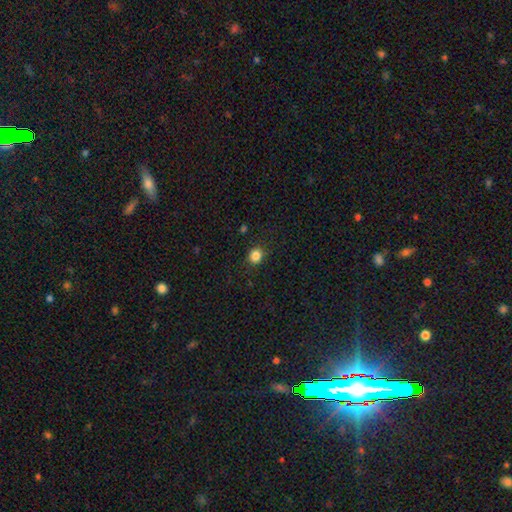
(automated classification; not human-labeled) Smooth or featured?
  - smooth: 84% *
  - star or artifact: 12%
  - featured or disk: 4%
How rounded?
  - round: 84% *
  - in between: 16%
  - cigar-shaped: 1%
Merging?
  - none: 88% *
  - minor disturbance: 8%
  - major disturbance: 2%
  - merger: 1%